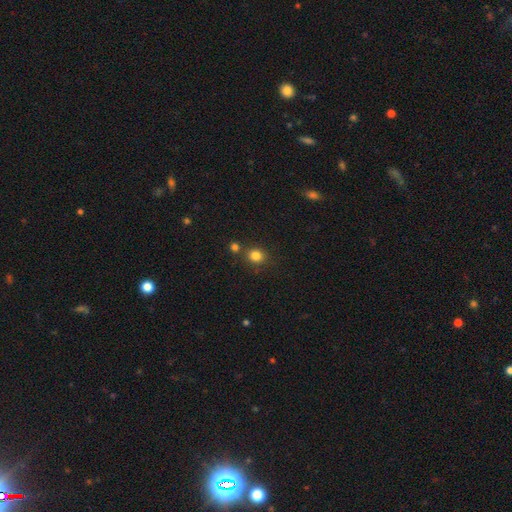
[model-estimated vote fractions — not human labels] smooth 82%, star or artifact 13%, featured or disk 5%. Down the decision tree: how rounded — round (79%); merging — none (75%).